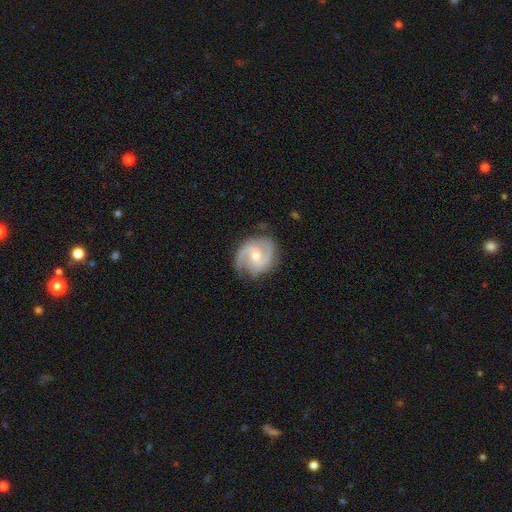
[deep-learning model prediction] Q: Smooth or featured?
A: featured or disk (88%); runner-up: smooth (8%)
Q: Edge-on disk?
A: no (98%); runner-up: yes (2%)
Q: Bar?
A: weak (46%); runner-up: no (44%)
Q: Spiral arms?
A: yes (97%); runner-up: no (3%)
Q: Spiral winding?
A: medium (54%); runner-up: tight (30%)
Q: Spiral arm count?
A: 2 (75%); runner-up: 3 (13%)
Q: Bulge size?
A: small (48%); tied with: moderate (48%)
Q: Merging?
A: none (77%); runner-up: minor disturbance (16%)